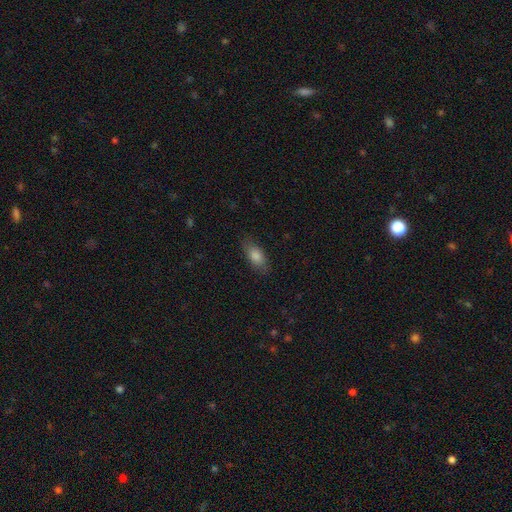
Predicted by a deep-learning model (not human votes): A smooth galaxy with no disk features (80%) that is in between round and cigar-shaped (82%).

Vote fractions:
- Smooth or featured? smooth: 80% / featured or disk: 12% / star or artifact: 8%
- How rounded? in between: 82% / cigar-shaped: 14% / round: 4%
- Merging? none: 82% / minor disturbance: 13% / major disturbance: 3% / merger: 1%